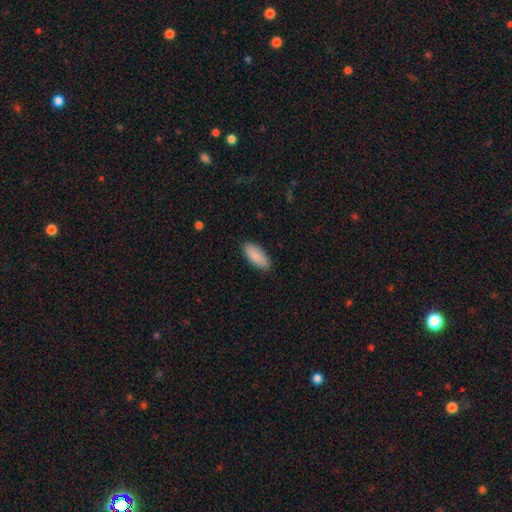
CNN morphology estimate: This is clearly a smooth galaxy (89%). How rounded: clearly in between (81%). Merging: clearly none (87%).